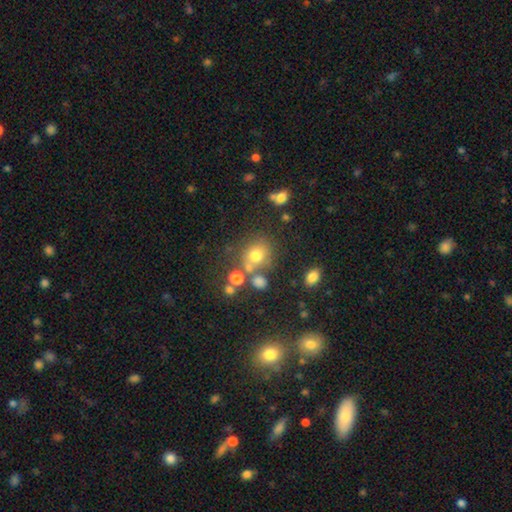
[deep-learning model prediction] Smooth or featured: smooth — 69% (star or artifact — 19%)
How rounded: round — 75% (in between — 24%)
Merging: none — 61% (merger — 19%)